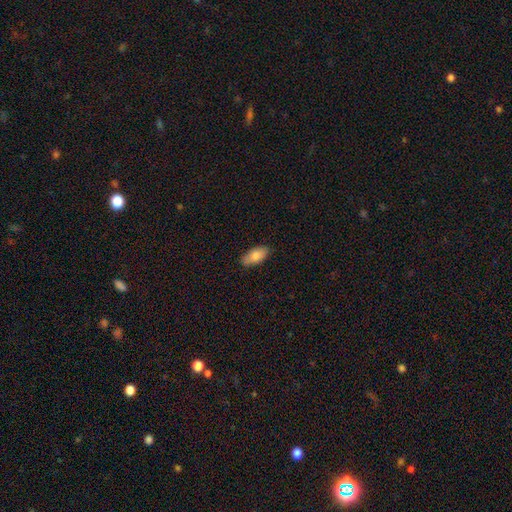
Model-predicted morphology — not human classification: A smooth galaxy with no disk features (81%) that is in between round and cigar-shaped (89%). Merging: none (86%).